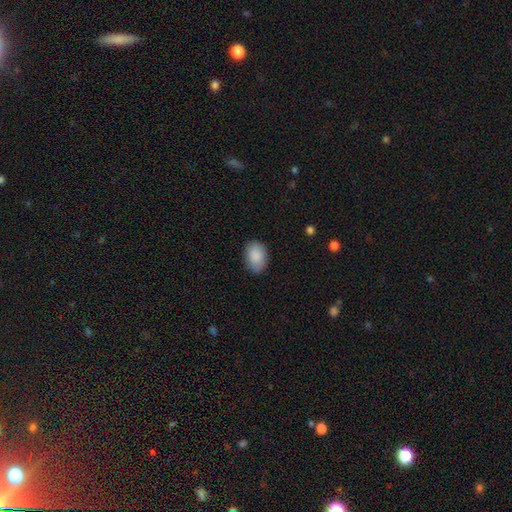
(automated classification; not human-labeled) Morphology: type=smooth (89%); roundness=in between (84%); merging=none (82%).